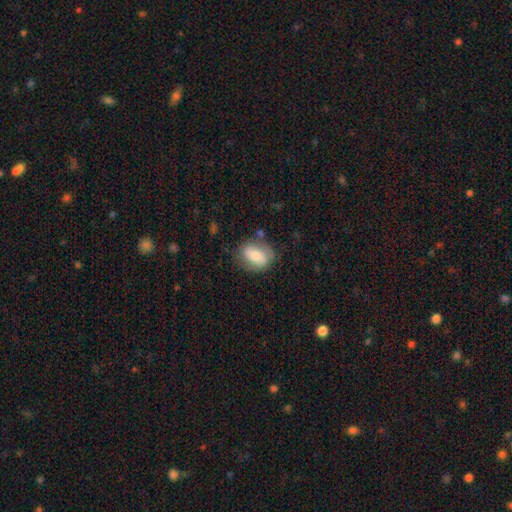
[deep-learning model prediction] A smooth galaxy with no disk features (71%) that is in between round and cigar-shaped (79%).

Vote fractions:
- Smooth or featured? smooth: 71% / featured or disk: 22% / star or artifact: 7%
- How rounded? in between: 79% / round: 18% / cigar-shaped: 3%
- Merging? none: 65% / minor disturbance: 23% / major disturbance: 8% / merger: 4%